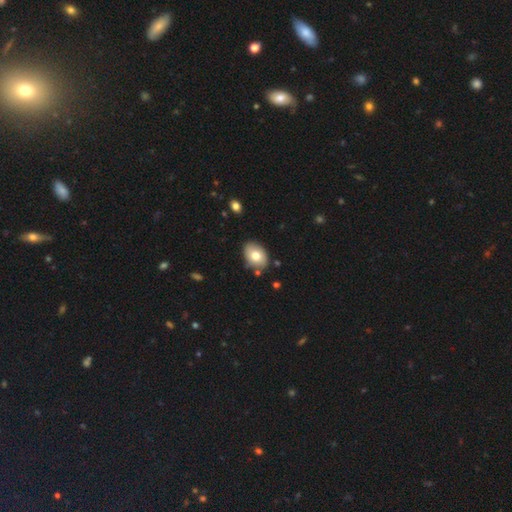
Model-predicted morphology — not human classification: smooth_or_featured: smooth (p=0.76) [alt: featured or disk p=0.17]
how_rounded: in between (p=0.79) [alt: round p=0.20]
merging: none (p=0.81) [alt: minor disturbance p=0.13]